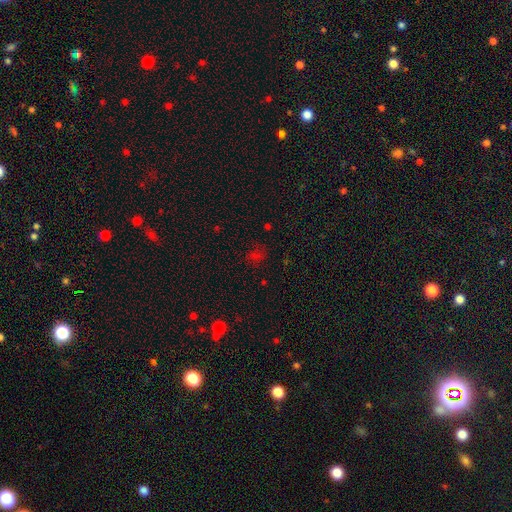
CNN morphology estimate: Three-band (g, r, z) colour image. It shows a smooth galaxy with no disk features (55%) that is round (51%). Merging: none (66%).